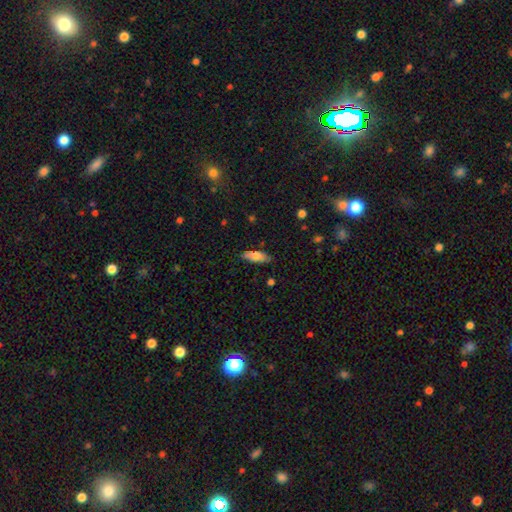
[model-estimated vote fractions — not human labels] Smooth or featured?
  - smooth: 77% *
  - featured or disk: 16%
  - star or artifact: 7%
How rounded?
  - in between: 65% *
  - cigar-shaped: 33%
  - round: 2%
Merging?
  - none: 81% *
  - minor disturbance: 15%
  - major disturbance: 3%
  - merger: 2%